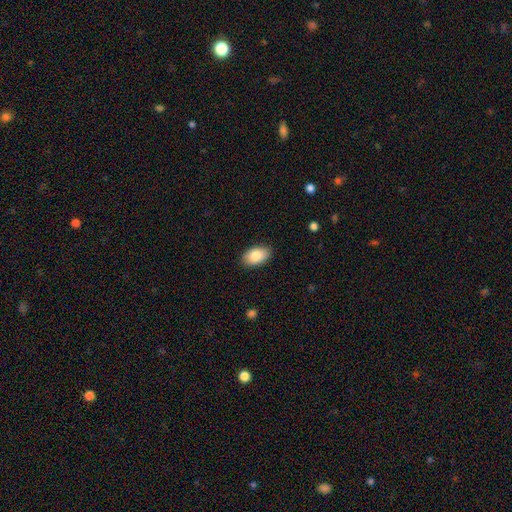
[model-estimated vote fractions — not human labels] This is clearly a smooth galaxy (84%). How rounded: clearly in between (93%). Merging: clearly none (88%).